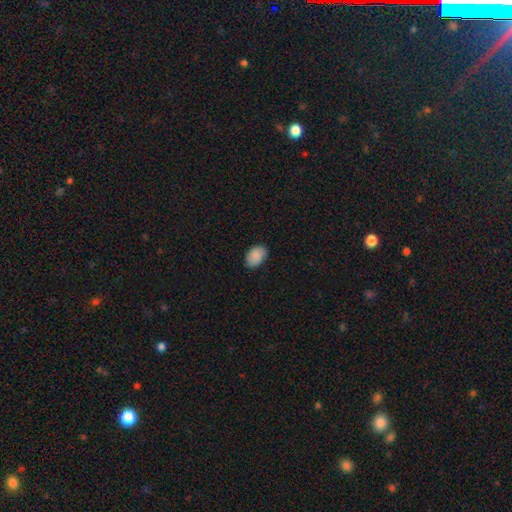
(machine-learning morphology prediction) The model was most divided on "merging": none: 81%, minor disturbance: 15%, major disturbance: 3%, merger: 1%. More confident: smooth or featured — smooth (87%); how rounded — in between (86%).